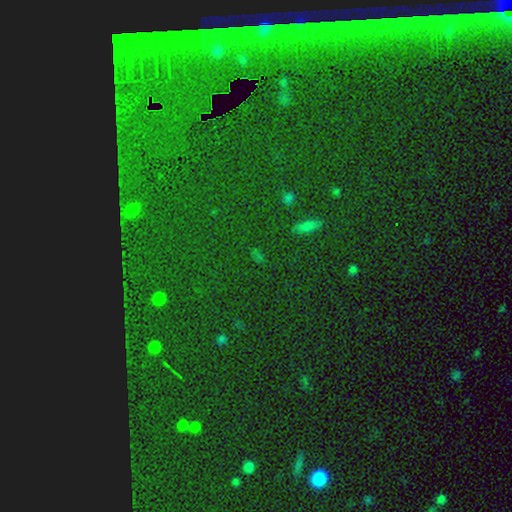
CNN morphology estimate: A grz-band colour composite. It shows a star or artifact, not a galaxy (74%).